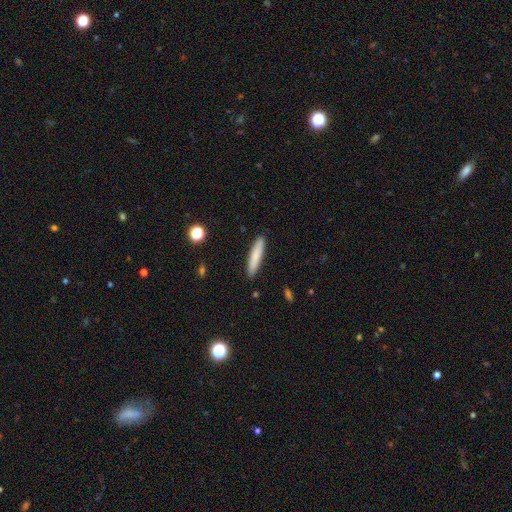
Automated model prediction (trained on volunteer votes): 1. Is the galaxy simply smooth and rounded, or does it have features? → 78% smooth, 15% featured or disk, 6% star or artifact.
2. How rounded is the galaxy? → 88% cigar-shaped, 11% in between, 1% round.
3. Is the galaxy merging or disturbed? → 89% none, 8% minor disturbance, 2% major disturbance, 1% merger.